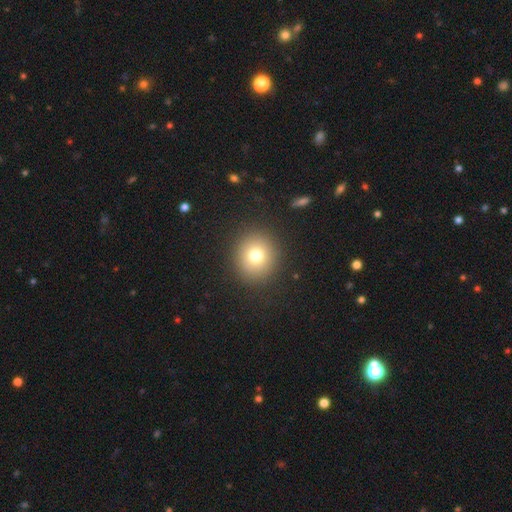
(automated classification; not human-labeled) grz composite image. It shows a smooth galaxy with no disk features (76%) that is round (88%). Merging: none (90%).